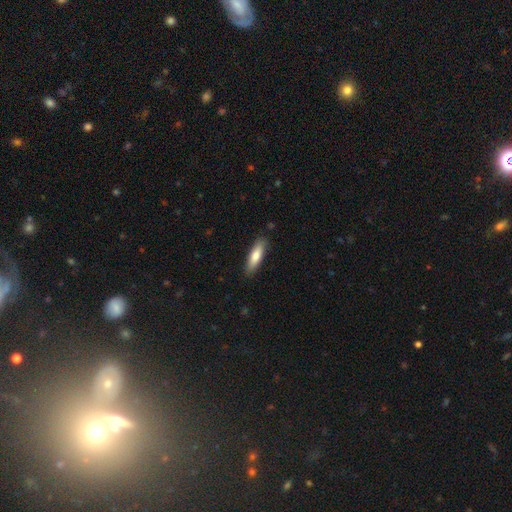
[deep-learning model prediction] Smooth or featured? Predicted: smooth (p=0.77). How rounded? Predicted: cigar-shaped (p=0.59). Merging? Predicted: none (p=0.87).